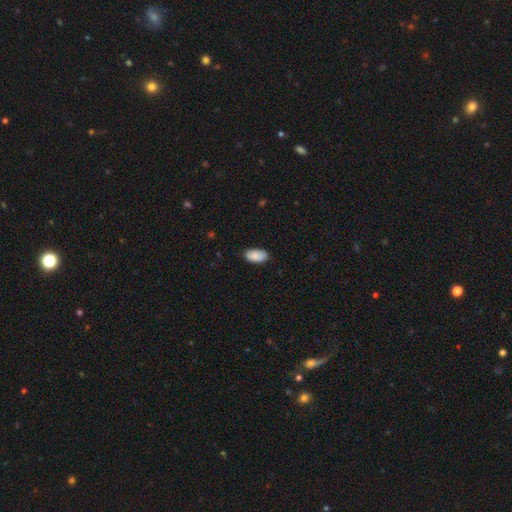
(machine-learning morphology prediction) This is clearly a smooth galaxy (86%). How rounded: clearly in between (95%). Merging: clearly none (85%).